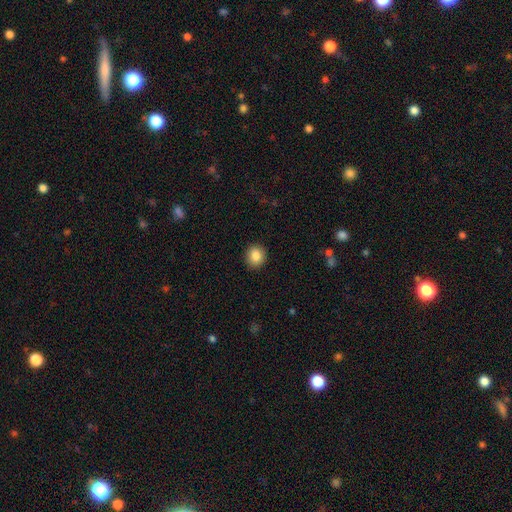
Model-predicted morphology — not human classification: smooth_or_featured: smooth (p=0.86) [alt: star or artifact p=0.09]
how_rounded: round (p=0.81) [alt: in between p=0.18]
merging: none (p=0.91) [alt: minor disturbance p=0.06]